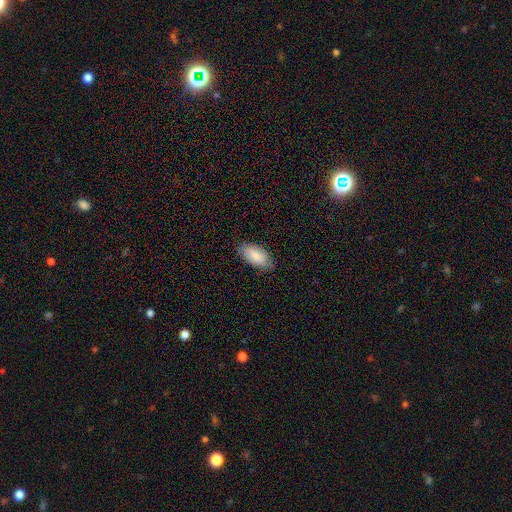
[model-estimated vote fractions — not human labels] smooth 81%, featured or disk 13%, star or artifact 6%. Down the decision tree: how rounded — in between (94%); merging — none (76%).